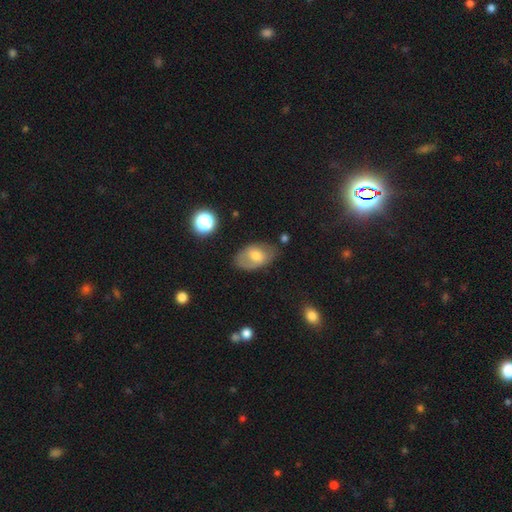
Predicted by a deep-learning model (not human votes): Smooth or featured: smooth — 58% (featured or disk — 33%)
How rounded: in between — 89% (round — 10%)
Merging: none — 62% (minor disturbance — 26%)